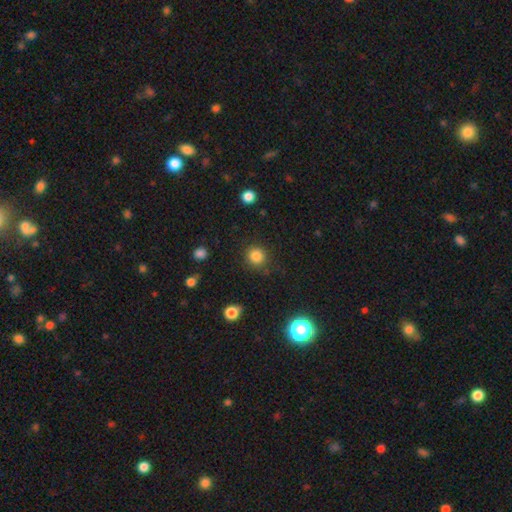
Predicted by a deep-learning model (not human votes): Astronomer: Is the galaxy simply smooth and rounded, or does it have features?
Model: smooth — 83%.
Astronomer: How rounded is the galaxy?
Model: round — 92%.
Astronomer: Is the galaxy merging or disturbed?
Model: none — 88%.